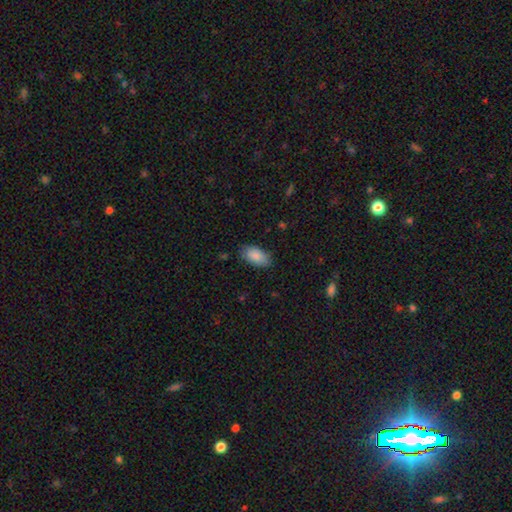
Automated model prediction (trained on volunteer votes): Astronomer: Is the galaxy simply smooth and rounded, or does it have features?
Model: smooth — 88%.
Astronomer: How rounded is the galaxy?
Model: in between — 94%.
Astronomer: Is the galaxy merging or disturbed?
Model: none — 80%.